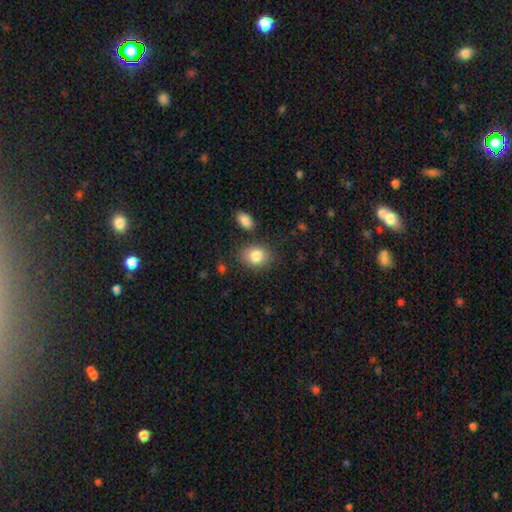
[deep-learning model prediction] The model was most divided on "how rounded": in between: 66%, round: 33%, cigar-shaped: 1%. More confident: smooth or featured — smooth (84%); merging — none (79%).